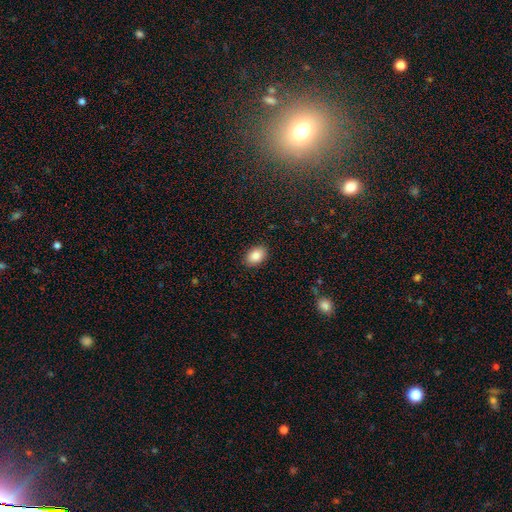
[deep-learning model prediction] This appears to be a smooth galaxy with no disk features (87%) that is in between round and cigar-shaped (83%). Merging: none (89%).